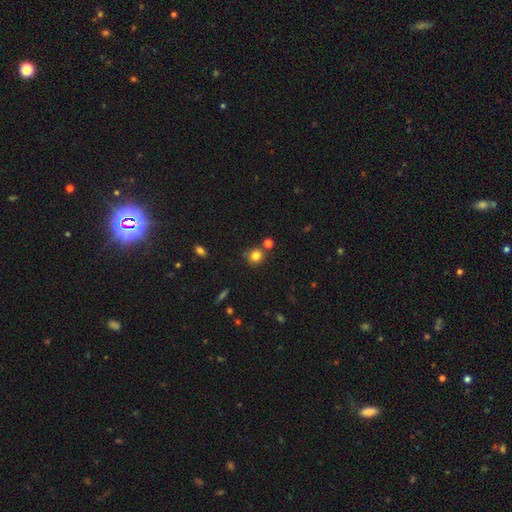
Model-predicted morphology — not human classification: Overall: smooth (81%). How rounded: round (87%). Merging: none (75%).